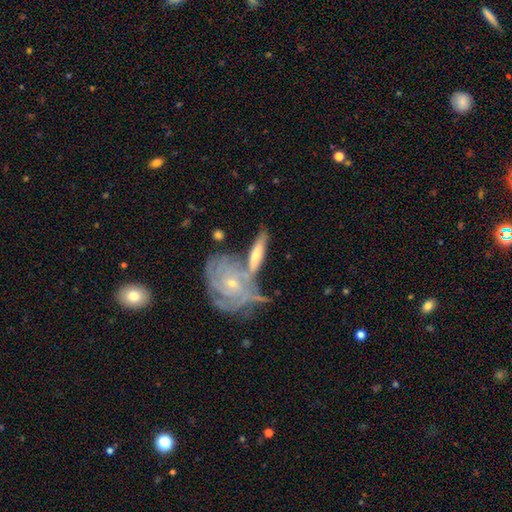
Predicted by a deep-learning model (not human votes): A featured or disk galaxy (77%) with no bar (70%), tight (77%) spiral arms (88%) and a small central bulge (73%). Merging: none (56%).